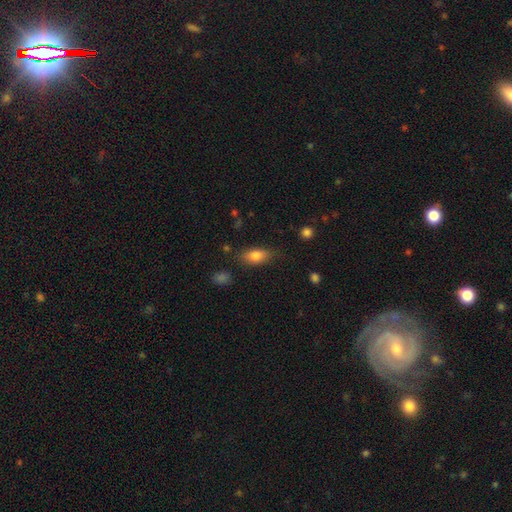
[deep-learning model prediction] This appears to be a smooth galaxy with no disk features (79%) that is in between round and cigar-shaped (85%). Merging: none (74%).